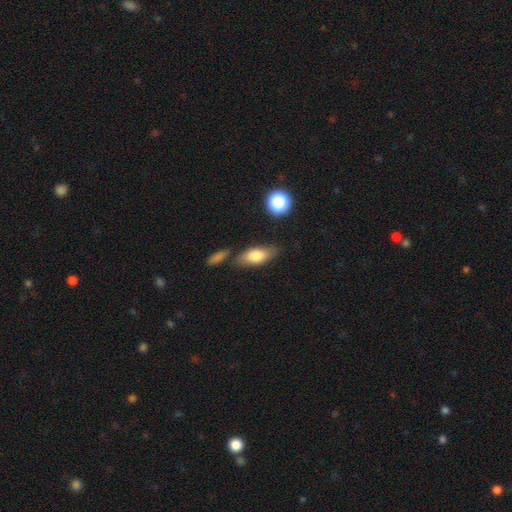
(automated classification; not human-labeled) A smooth galaxy with no disk features (75%) that is in between round and cigar-shaped (81%). Merging: none (71%).